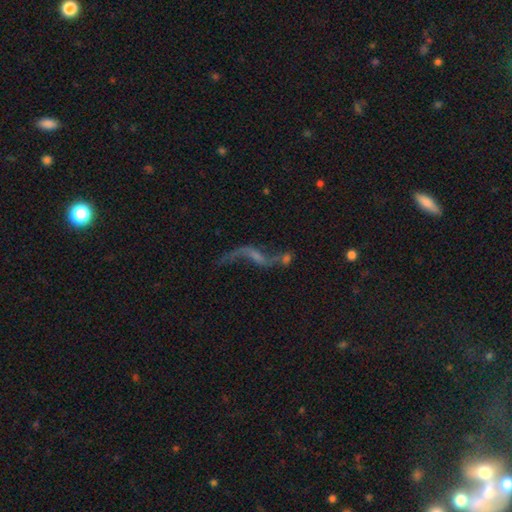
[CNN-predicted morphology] type=featured or disk (66%); edge-on=no (85%); bar=no (54%); spiral arms=yes (77%); bulge=small (43%); merging=none (45%).